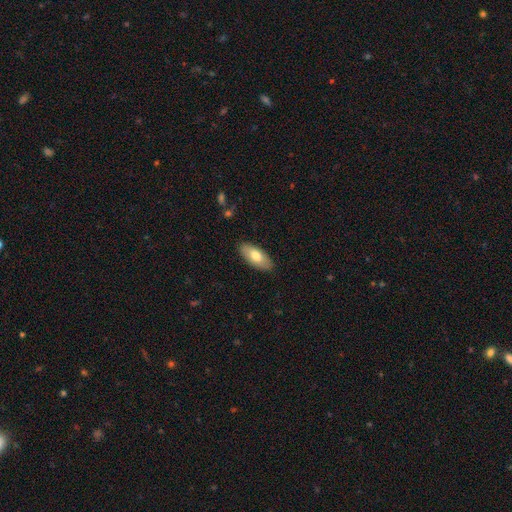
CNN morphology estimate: Smooth or featured? smooth (73%)
How rounded? in between (88%)
Merging? none (87%)